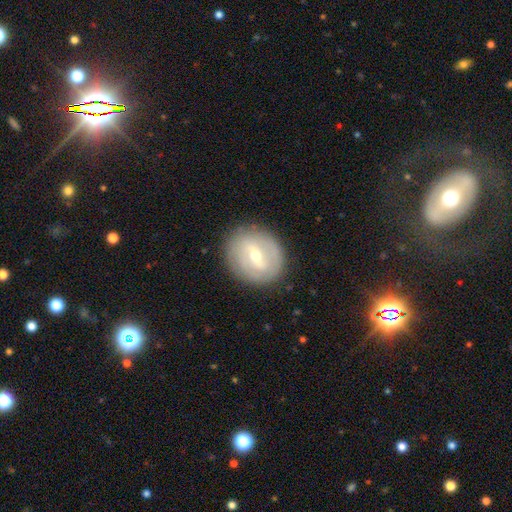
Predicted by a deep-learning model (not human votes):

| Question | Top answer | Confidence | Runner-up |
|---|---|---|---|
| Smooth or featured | featured or disk | 67% | smooth (26%) |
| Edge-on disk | no | 94% | yes (6%) |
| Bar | weak | 50% | strong (34%) |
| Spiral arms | yes | 63% | no (37%) |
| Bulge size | moderate | 51% | small (45%) |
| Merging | none | 85% | minor disturbance (10%) |